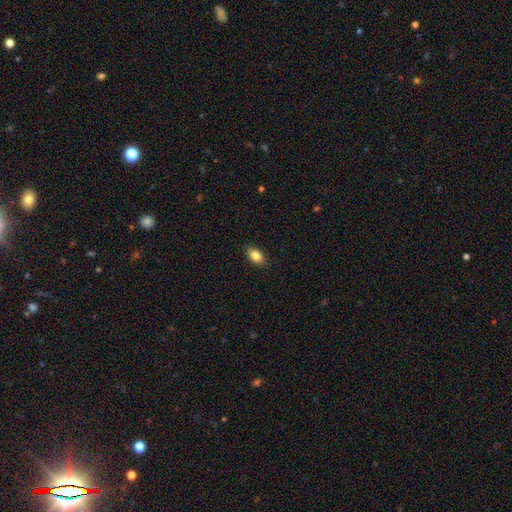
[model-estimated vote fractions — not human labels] Overall: smooth (84%). How rounded: in between (88%). Merging: none (87%).